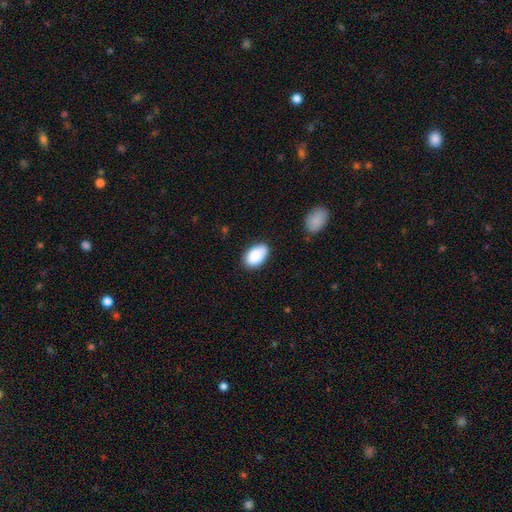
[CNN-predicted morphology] smooth-or-featured: smooth: 88% | star or artifact: 7% | featured or disk: 5%
  how-rounded: in between: 93% | round: 6% | cigar-shaped: 1%
  merging: none: 79% | minor disturbance: 17% | major disturbance: 3% | merger: 2%